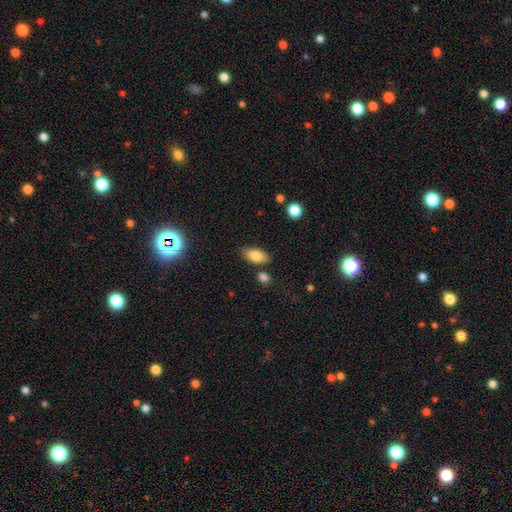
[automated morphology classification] This is clearly a smooth galaxy (81%). How rounded: clearly in between (91%). Merging: likely none (79%).